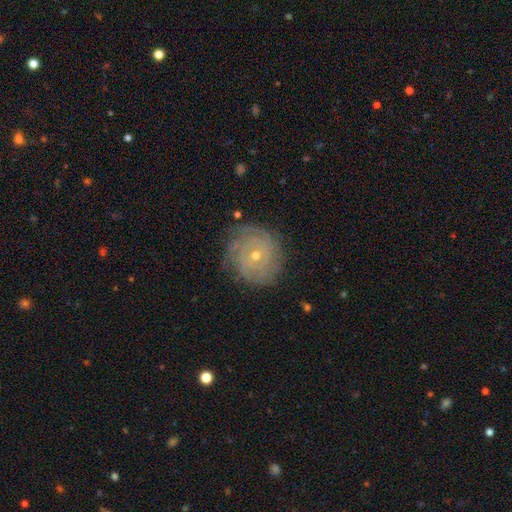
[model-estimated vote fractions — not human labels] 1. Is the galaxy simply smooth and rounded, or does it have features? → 83% featured or disk, 9% smooth, 8% star or artifact.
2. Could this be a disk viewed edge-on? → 97% no, 3% yes.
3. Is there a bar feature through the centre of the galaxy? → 71% no, 23% weak, 6% strong.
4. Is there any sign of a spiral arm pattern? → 96% yes, 4% no.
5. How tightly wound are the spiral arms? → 85% tight, 12% medium, 3% loose.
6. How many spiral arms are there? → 33% can't tell, 18% 3, 16% 2, 16% 4, 9% more than 4, 8% 1.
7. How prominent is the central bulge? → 60% small, 37% moderate, 1% large, 1% none, 1% dominant.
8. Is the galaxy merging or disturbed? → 82% none, 13% minor disturbance, 4% major disturbance, 1% merger.